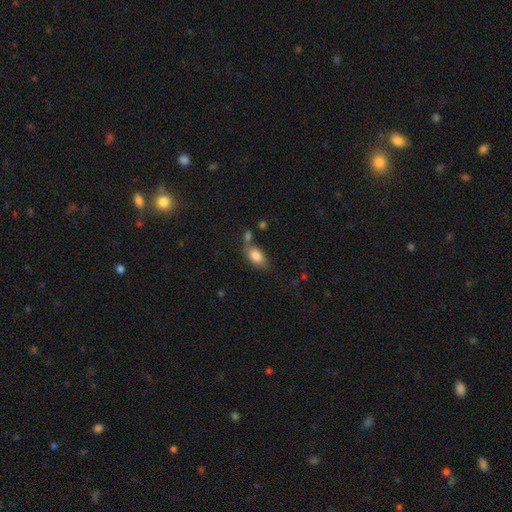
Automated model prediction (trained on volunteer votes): A smooth galaxy with no disk features (83%) that is in between round and cigar-shaped (89%).

Vote fractions:
- Smooth or featured? smooth: 83% / featured or disk: 10% / star or artifact: 8%
- How rounded? in between: 89% / round: 8% / cigar-shaped: 4%
- Merging? none: 51% / merger: 23% / minor disturbance: 19% / major disturbance: 7%